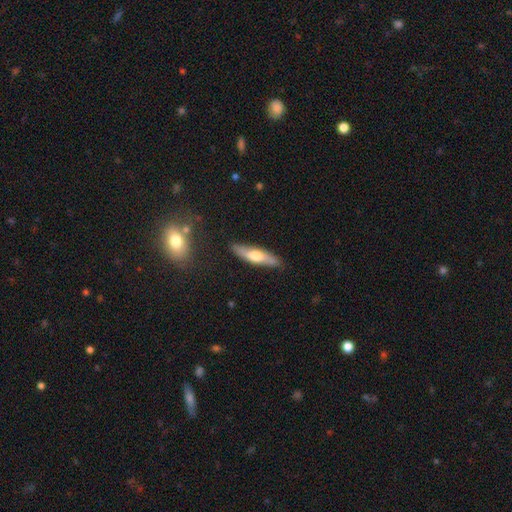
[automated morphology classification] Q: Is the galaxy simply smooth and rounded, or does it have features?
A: smooth — 52%.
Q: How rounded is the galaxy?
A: cigar-shaped — 74%.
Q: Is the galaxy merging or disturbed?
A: none — 84%.